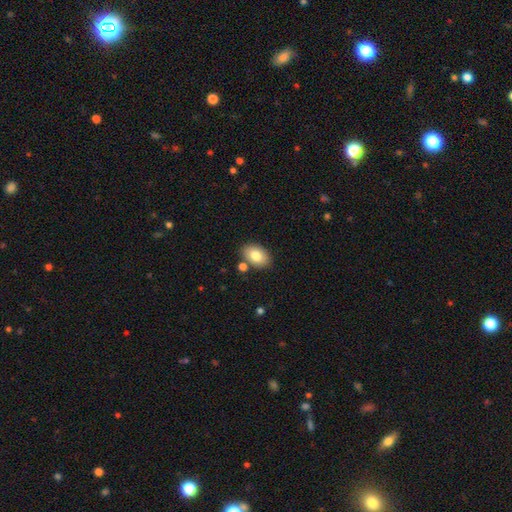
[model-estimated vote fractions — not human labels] Smooth or featured?
  - smooth: 79% *
  - featured or disk: 13%
  - star or artifact: 7%
How rounded?
  - in between: 89% *
  - round: 10%
  - cigar-shaped: 1%
Merging?
  - none: 79% *
  - minor disturbance: 11%
  - merger: 8%
  - major disturbance: 3%